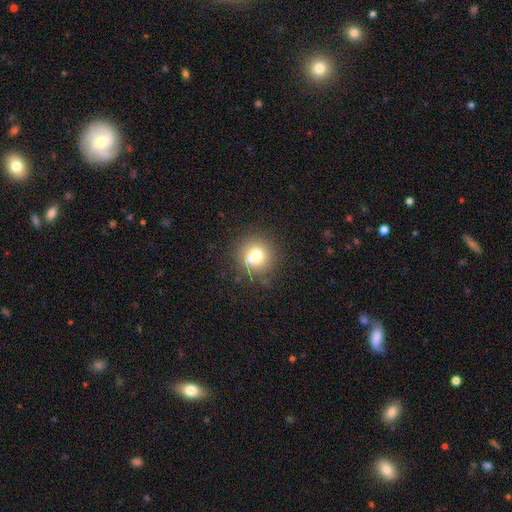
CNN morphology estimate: Overall: smooth (70%). How rounded: round (92%). Merging: none (70%).